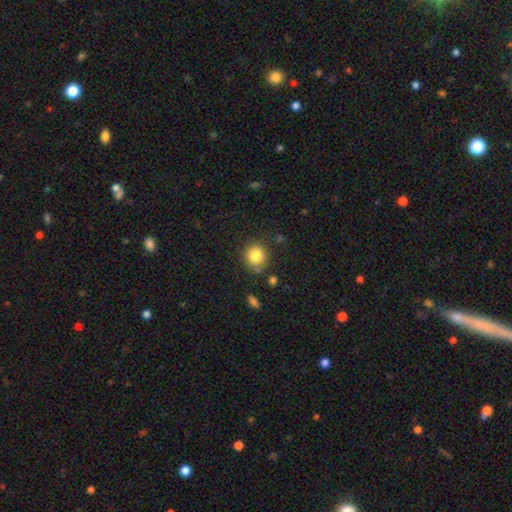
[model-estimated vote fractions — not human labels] Smooth or featured?
  - smooth: 83% *
  - star or artifact: 10%
  - featured or disk: 6%
How rounded?
  - round: 89% *
  - in between: 10%
  - cigar-shaped: 1%
Merging?
  - none: 81% *
  - minor disturbance: 11%
  - merger: 5%
  - major disturbance: 3%